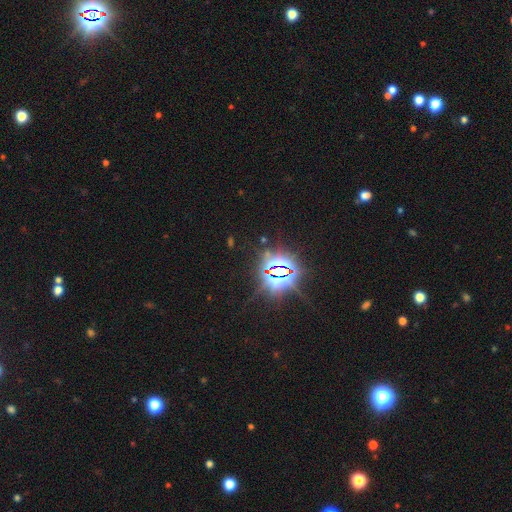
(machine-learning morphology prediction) type=star or artifact (84%).